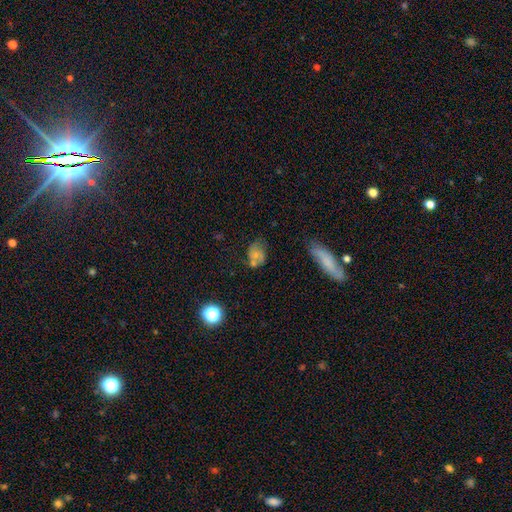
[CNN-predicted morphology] Overall: smooth (54%; featured or disk 32%). How rounded: in between (61%; round 37%). Merging: none (46%; minor disturbance 24%).